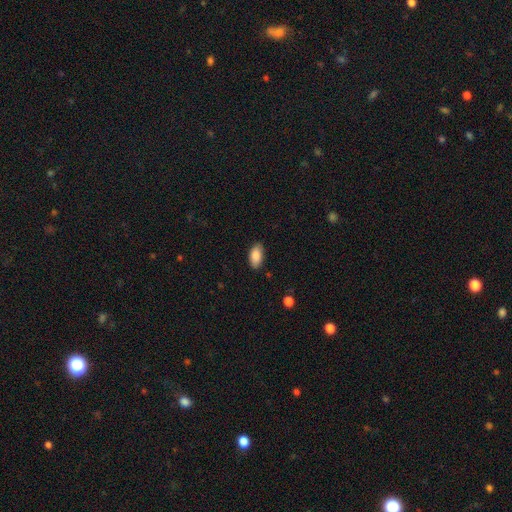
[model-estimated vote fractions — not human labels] Smooth or featured: smooth — 88% (star or artifact — 7%)
How rounded: in between — 94% (round — 3%)
Merging: none — 84% (minor disturbance — 12%)